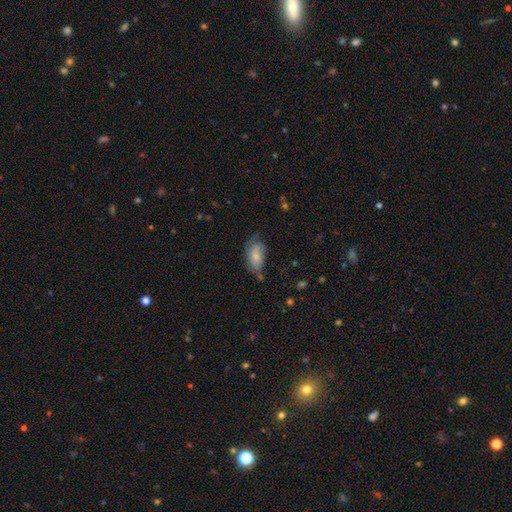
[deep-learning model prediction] Morphology: type=smooth (68%); roundness=in between (91%); merging=none (48%).